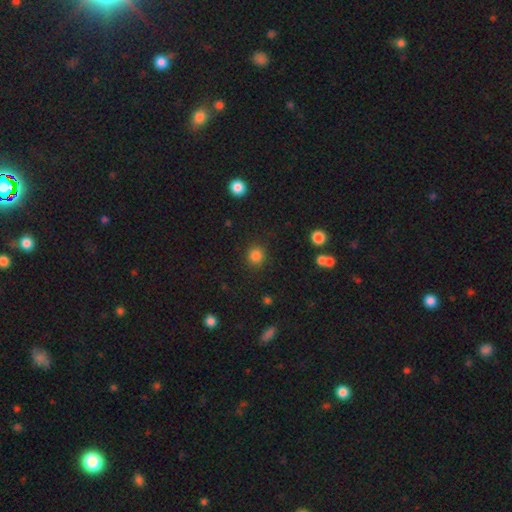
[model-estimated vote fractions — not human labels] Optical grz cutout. It shows a smooth galaxy with no disk features (84%) that is round (91%). Merging: none (89%).